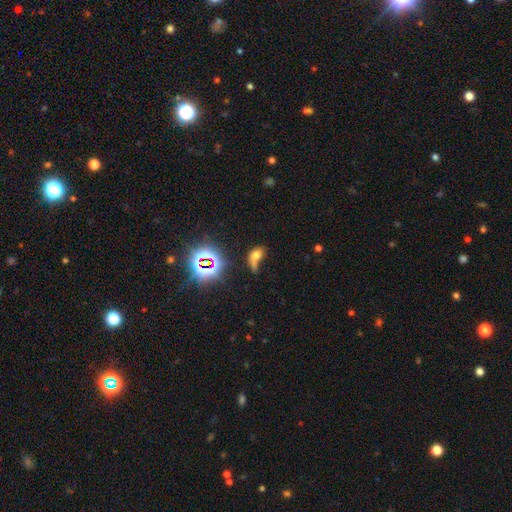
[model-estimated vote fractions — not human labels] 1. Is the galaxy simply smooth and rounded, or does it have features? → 52% smooth, 27% star or artifact, 21% featured or disk.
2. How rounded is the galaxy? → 72% in between, 24% round, 4% cigar-shaped.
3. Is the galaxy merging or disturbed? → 29% merger, 28% major disturbance, 26% none, 17% minor disturbance.